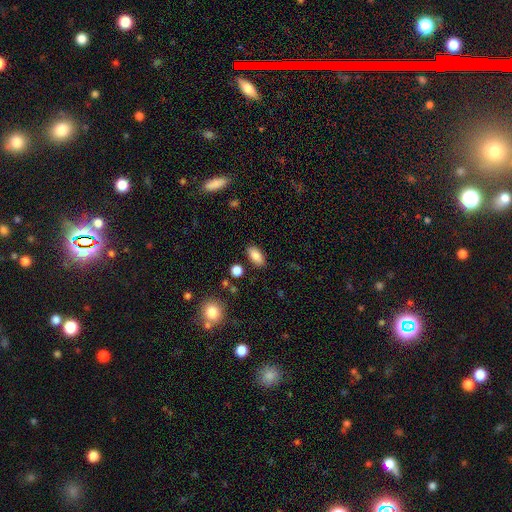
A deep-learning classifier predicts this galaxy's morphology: type=smooth (85%); roundness=in between (89%); merging=none (84%).